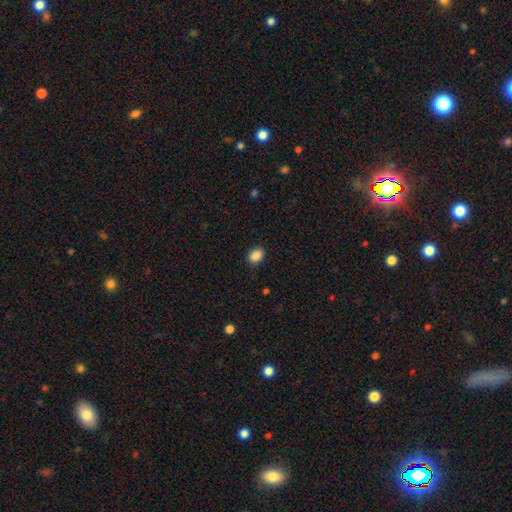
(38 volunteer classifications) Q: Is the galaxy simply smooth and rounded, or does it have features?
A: smooth — 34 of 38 (89%).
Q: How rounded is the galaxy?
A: in between — 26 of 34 (76%).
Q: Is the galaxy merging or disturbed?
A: none — 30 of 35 (86%).